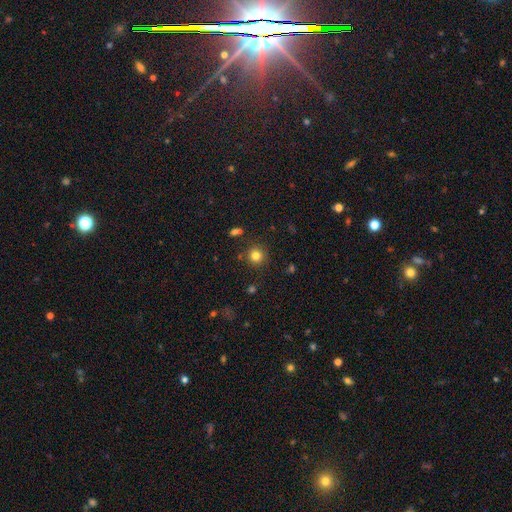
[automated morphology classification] A smooth galaxy with no disk features (81%) that is round (93%). Merging: none (86%).